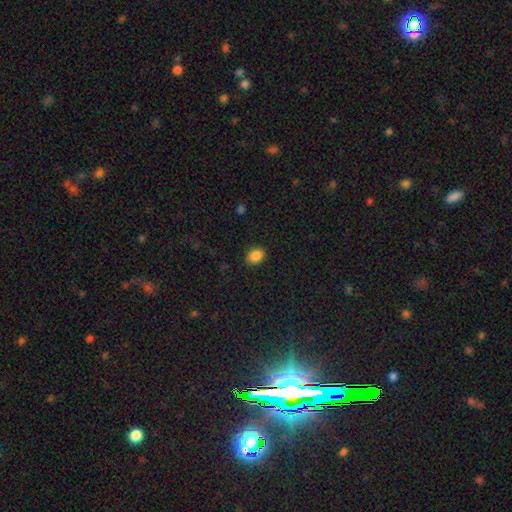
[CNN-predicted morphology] This is clearly a smooth galaxy (87%). How rounded: likely in between (63%). Merging: clearly none (87%).